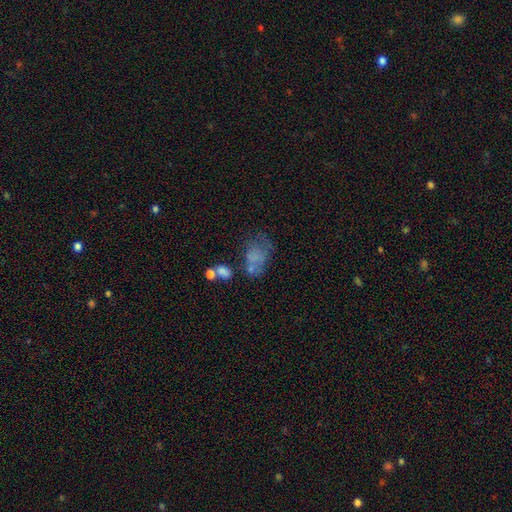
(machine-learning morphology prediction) Smooth or featured? smooth (54%)
How rounded? in between (79%)
Merging? none (30%)